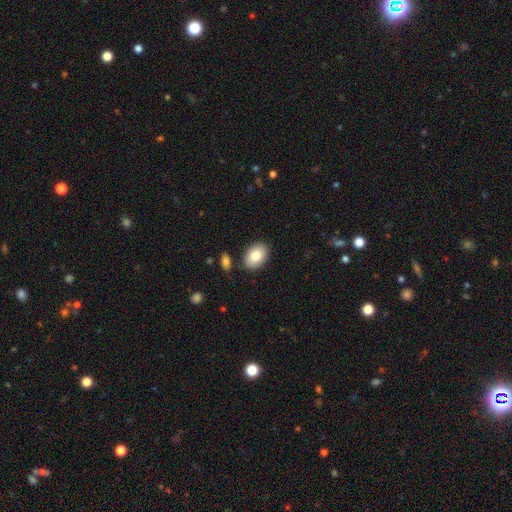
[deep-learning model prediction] This is clearly a smooth galaxy (83%). How rounded: clearly in between (88%). Merging: clearly none (84%).